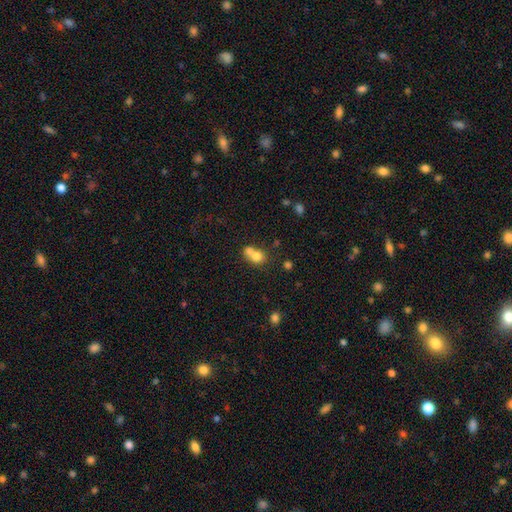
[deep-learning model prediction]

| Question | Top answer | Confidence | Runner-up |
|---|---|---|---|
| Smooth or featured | smooth | 74% | featured or disk (15%) |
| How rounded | round | 71% | in between (28%) |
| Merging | merger | 62% | none (28%) |